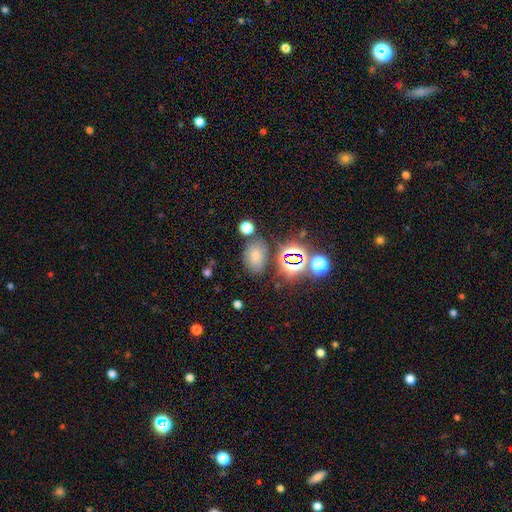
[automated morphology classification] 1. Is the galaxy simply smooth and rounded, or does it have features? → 61% smooth, 26% star or artifact, 14% featured or disk.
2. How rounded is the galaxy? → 75% in between, 24% round, 1% cigar-shaped.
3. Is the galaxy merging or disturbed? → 68% none, 17% minor disturbance, 9% merger, 7% major disturbance.